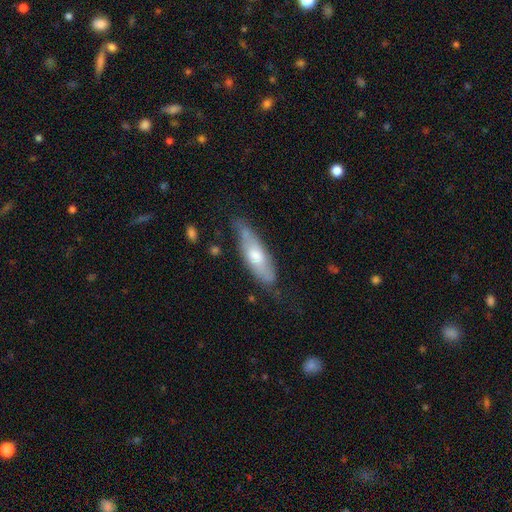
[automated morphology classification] Overall: smooth (50%; featured or disk 43%). How rounded: in between (51%; cigar-shaped 47%). Merging: none (60%; minor disturbance 29%).